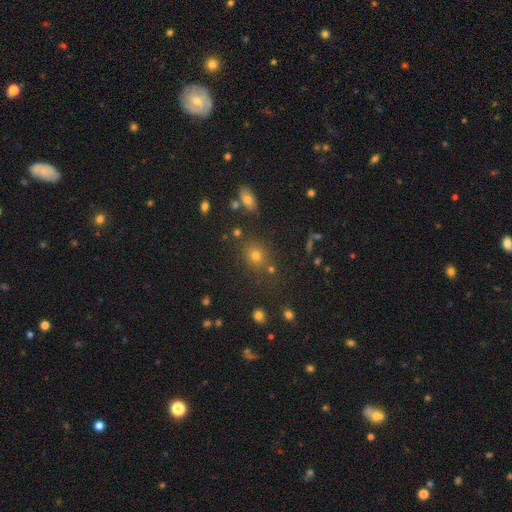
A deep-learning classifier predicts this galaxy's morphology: Q: Smooth or featured?
A: smooth (67%); runner-up: star or artifact (24%)
Q: How rounded?
A: round (71%); runner-up: in between (28%)
Q: Merging?
A: none (77%); runner-up: minor disturbance (11%)